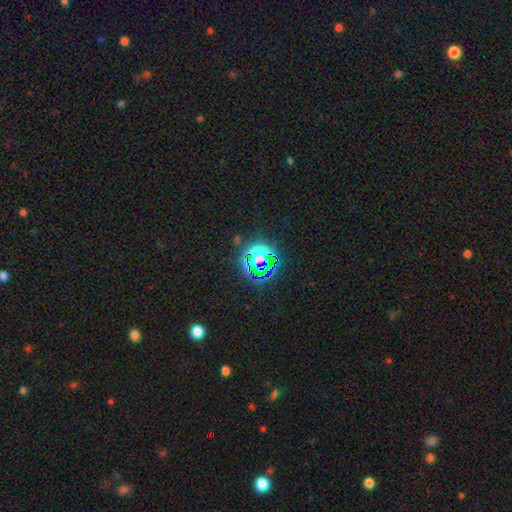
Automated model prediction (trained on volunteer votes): This is likely a star or artifact rather than a galaxy (68%).